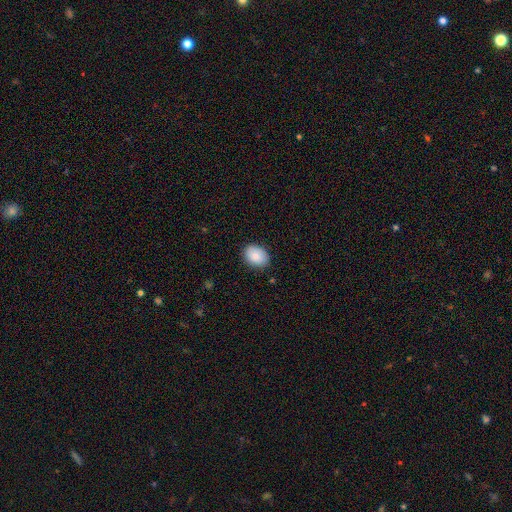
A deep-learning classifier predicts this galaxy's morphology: smooth-or-featured: smooth: 87% | star or artifact: 7% | featured or disk: 6%
  how-rounded: in between: 75% | round: 24% | cigar-shaped: 1%
  merging: none: 86% | minor disturbance: 11% | major disturbance: 2% | merger: 1%